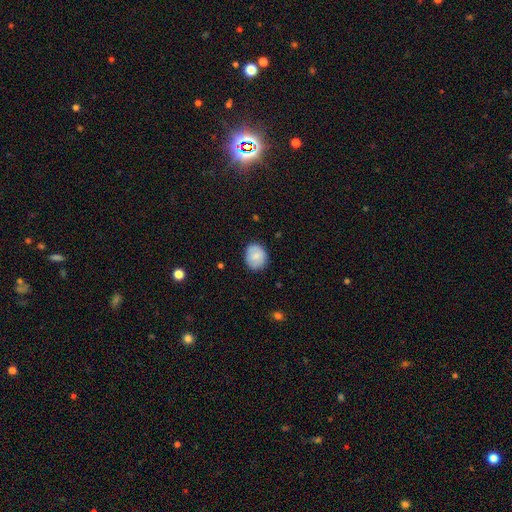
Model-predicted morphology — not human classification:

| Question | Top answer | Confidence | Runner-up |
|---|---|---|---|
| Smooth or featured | smooth | 76% | featured or disk (16%) |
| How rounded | round | 66% | in between (33%) |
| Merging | none | 81% | minor disturbance (15%) |